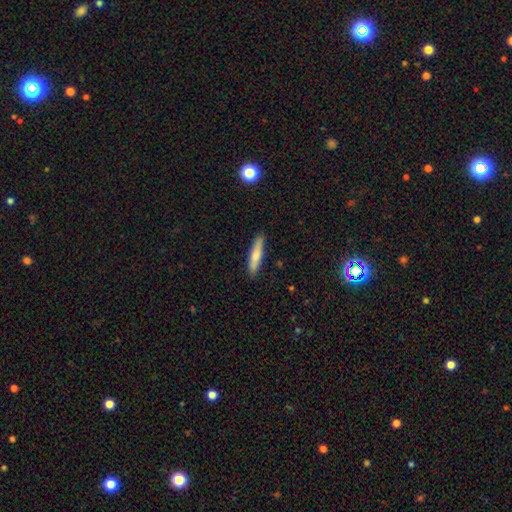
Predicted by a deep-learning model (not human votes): Smooth or featured?
  - smooth: 73% *
  - featured or disk: 21%
  - star or artifact: 6%
How rounded?
  - cigar-shaped: 85% *
  - in between: 13%
  - round: 1%
Merging?
  - none: 89% *
  - minor disturbance: 8%
  - major disturbance: 2%
  - merger: 1%